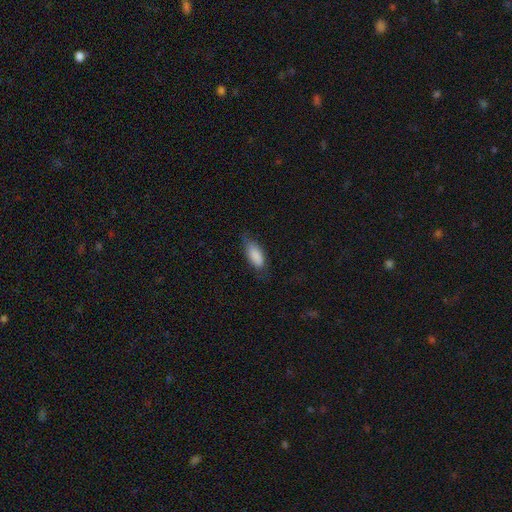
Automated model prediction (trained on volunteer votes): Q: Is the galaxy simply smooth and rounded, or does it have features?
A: smooth — 85%.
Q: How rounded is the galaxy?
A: in between — 83%.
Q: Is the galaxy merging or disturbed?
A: none — 62%.